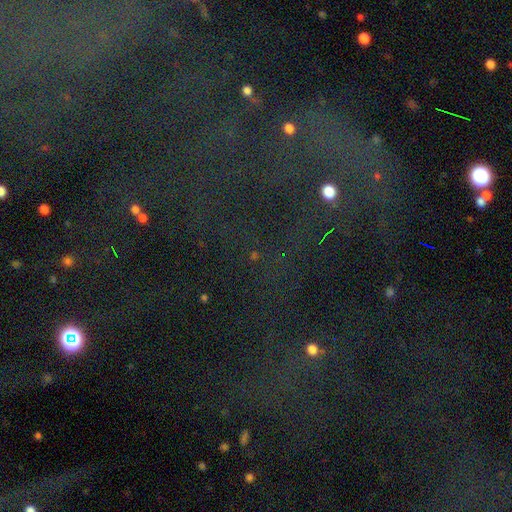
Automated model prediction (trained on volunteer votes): smooth-or-featured: star or artifact: 75% | smooth: 13% | featured or disk: 12%